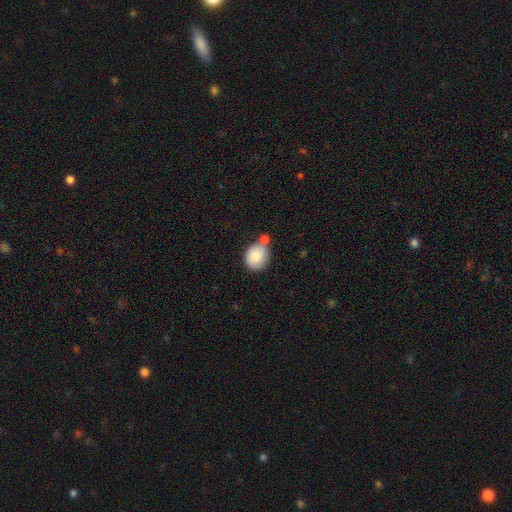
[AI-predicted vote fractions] Smooth or featured? smooth (86%)
How rounded? round (58%)
Merging? none (53%)